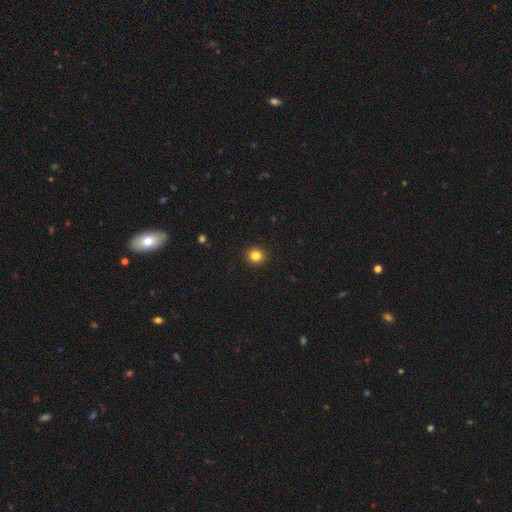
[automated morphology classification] This appears to be a smooth galaxy with no disk features (84%) that is round (89%). Merging: none (92%).